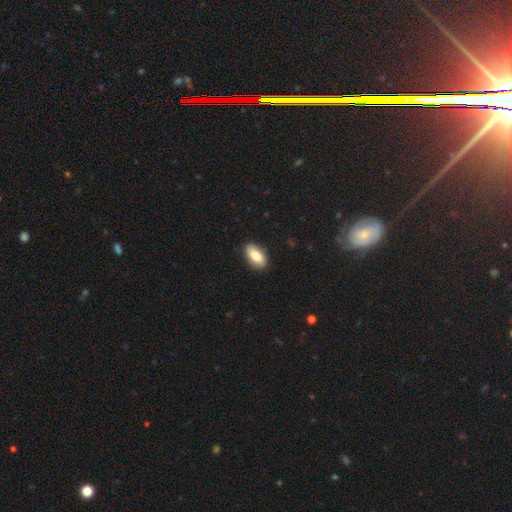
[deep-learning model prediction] smooth 82%, featured or disk 12%, star or artifact 6%. Down the decision tree: how rounded — in between (92%); merging — none (89%).